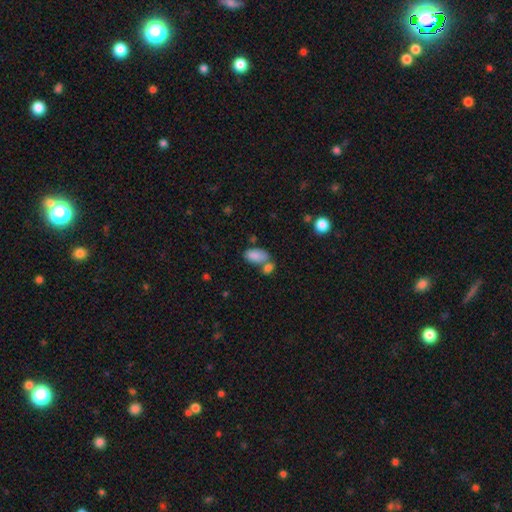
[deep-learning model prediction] This is clearly a smooth galaxy (85%). How rounded: clearly in between (93%). Merging: marginally none (43%).